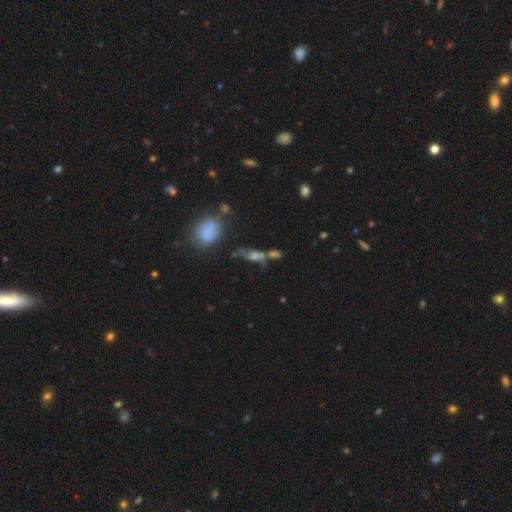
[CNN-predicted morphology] A smooth galaxy with no disk features (46%). Merging: none (39%).